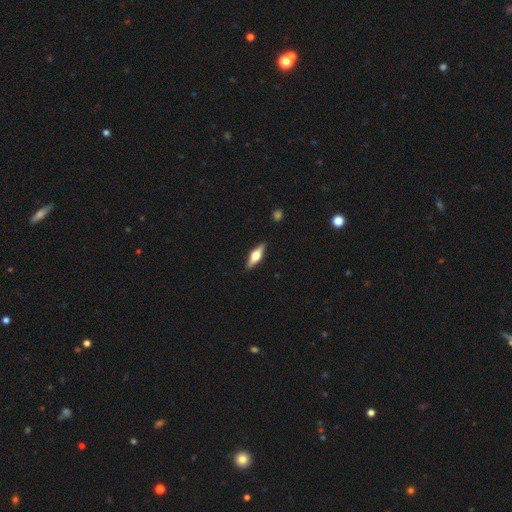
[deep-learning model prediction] This appears to be a featured or disk galaxy (58%) viewed edge-on (94%) with a rounded central bulge (94%). Merging: none (89%).